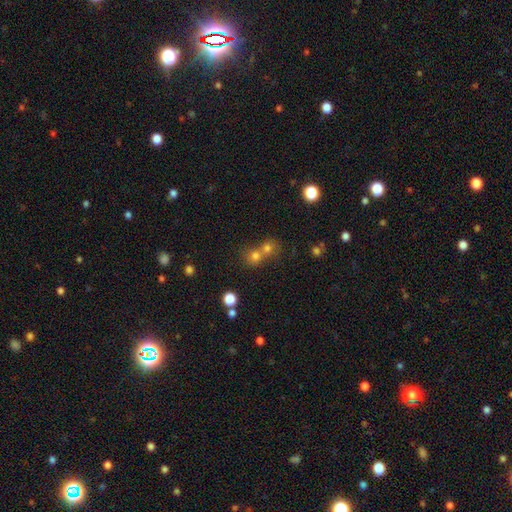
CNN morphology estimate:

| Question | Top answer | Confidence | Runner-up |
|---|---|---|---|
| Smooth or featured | smooth | 67% | star or artifact (21%) |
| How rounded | round | 83% | in between (16%) |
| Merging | merger | 53% | none (39%) |